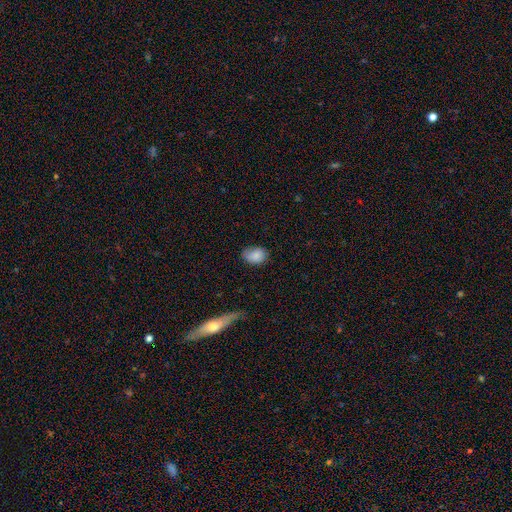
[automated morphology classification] The model was most divided on "merging": none: 64%, minor disturbance: 28%, major disturbance: 7%, merger: 2%. More confident: smooth or featured — smooth (84%); how rounded — in between (69%).